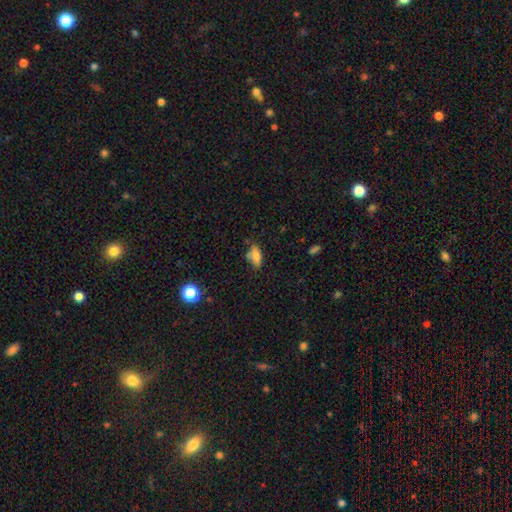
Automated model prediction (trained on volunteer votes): Smooth or featured? Predicted: smooth (p=0.75). How rounded? Predicted: in between (p=0.81). Merging? Predicted: none (p=0.56).